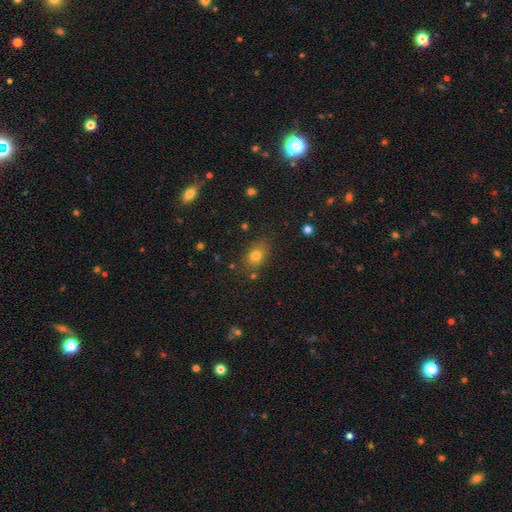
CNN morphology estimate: Overall: smooth (77%). How rounded: in between (71%). Merging: none (78%).